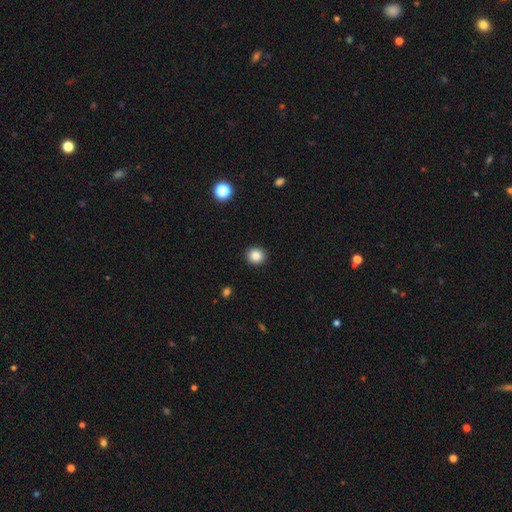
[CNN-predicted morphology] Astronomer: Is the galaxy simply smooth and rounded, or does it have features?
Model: smooth — 86%.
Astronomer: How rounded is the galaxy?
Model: round — 84%.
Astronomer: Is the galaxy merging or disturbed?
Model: none — 92%.